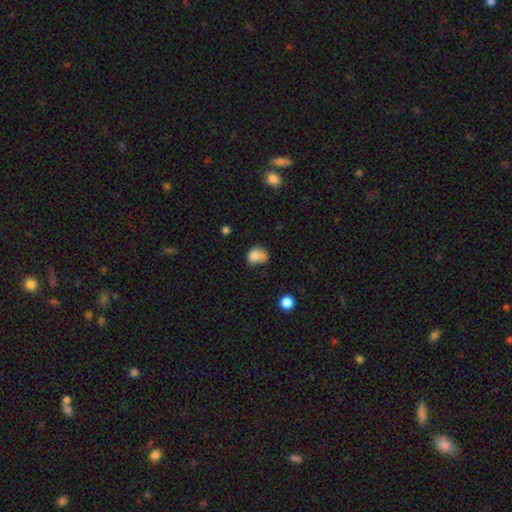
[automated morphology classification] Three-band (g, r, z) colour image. It shows a smooth galaxy with no disk features (79%) that is in between round and cigar-shaped (50%). Merging: none (38%).